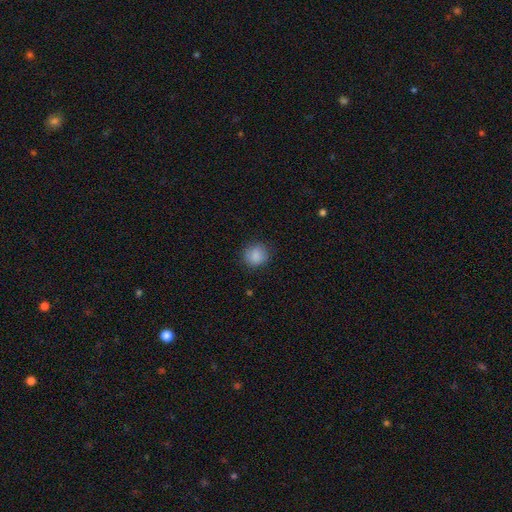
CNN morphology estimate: Overall: smooth (87%). How rounded: round (84%). Merging: none (84%).